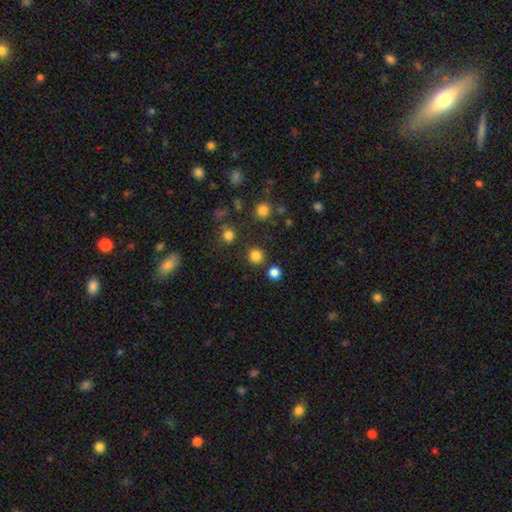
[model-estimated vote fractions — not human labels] This is clearly a smooth galaxy (81%). How rounded: clearly round (94%). Merging: clearly none (87%).